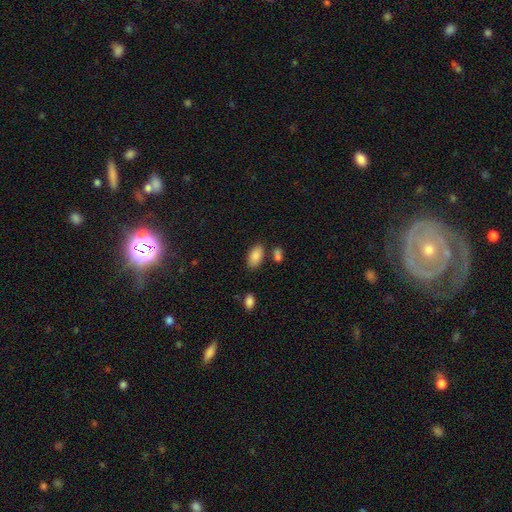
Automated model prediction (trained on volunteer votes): This is clearly a smooth galaxy (88%). How rounded: clearly in between (94%). Merging: likely none (74%).